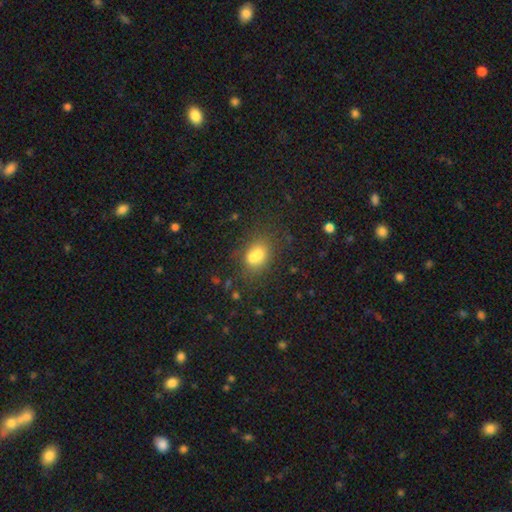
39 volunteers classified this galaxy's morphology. Smooth or featured: smooth — 82% (featured or disk — 13%)
How rounded: in between — 59% (round — 41%)
Merging: merger — 76% (none — 14%)